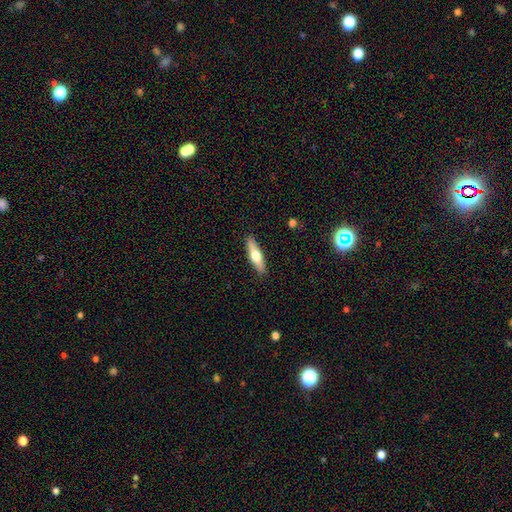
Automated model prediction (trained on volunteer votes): This appears to be a smooth galaxy with no disk features (55%) that is cigar-shaped (69%). Merging: none (89%).